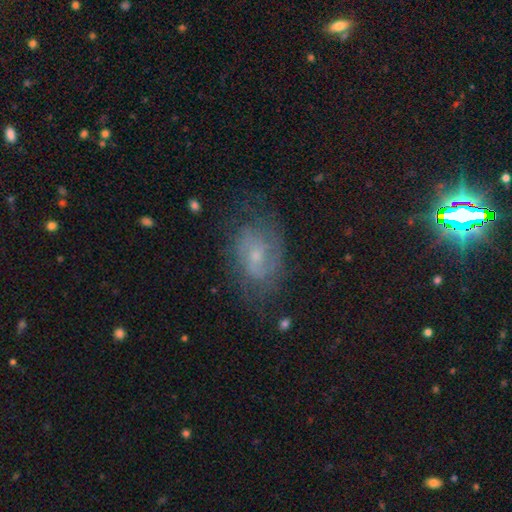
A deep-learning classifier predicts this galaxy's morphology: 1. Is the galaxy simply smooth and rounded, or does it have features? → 67% featured or disk, 21% smooth, 12% star or artifact.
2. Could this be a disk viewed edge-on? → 96% no, 4% yes.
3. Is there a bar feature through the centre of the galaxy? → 53% no, 41% weak, 6% strong.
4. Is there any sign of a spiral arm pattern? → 86% yes, 14% no.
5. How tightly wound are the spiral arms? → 44% medium, 40% tight, 17% loose.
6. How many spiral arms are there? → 52% 2, 32% can't tell, 6% 3, 5% 1, 3% 4, 3% more than 4.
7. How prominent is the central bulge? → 61% small, 31% moderate, 5% none, 2% large, 1% dominant.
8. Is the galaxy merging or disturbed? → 66% none, 21% minor disturbance, 11% major disturbance, 2% merger.